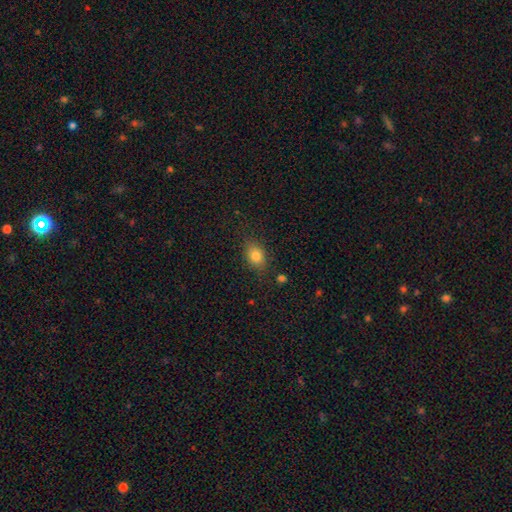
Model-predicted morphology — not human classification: A smooth galaxy with no disk features (81%) that is in between round and cigar-shaped (70%). Merging: none (82%).